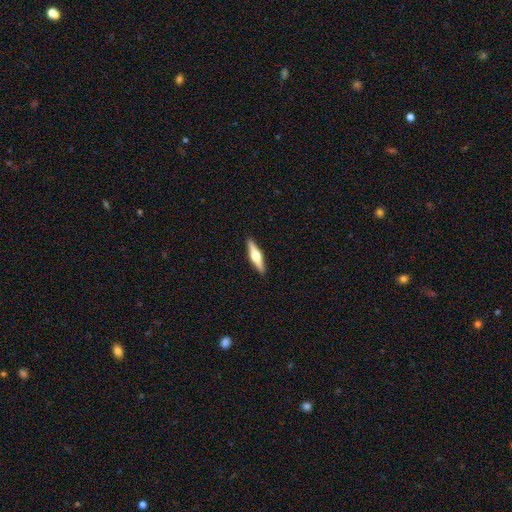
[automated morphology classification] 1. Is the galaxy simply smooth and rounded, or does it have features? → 65% featured or disk, 30% smooth, 5% star or artifact.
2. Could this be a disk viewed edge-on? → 97% yes, 3% no.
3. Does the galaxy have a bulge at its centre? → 95% rounded, 3% boxy, 2% none.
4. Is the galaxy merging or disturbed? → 92% none, 6% minor disturbance, 1% major disturbance, 1% merger.